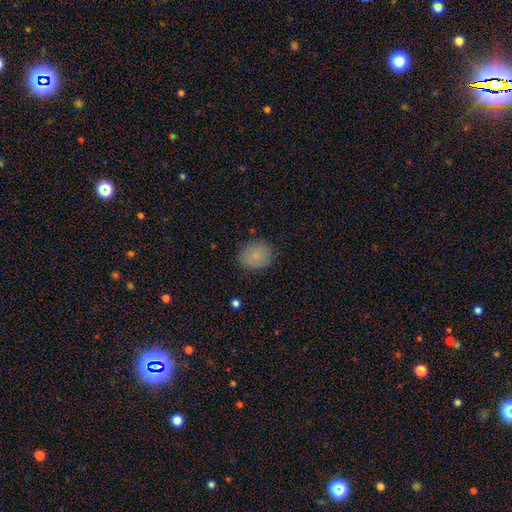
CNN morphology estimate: This appears to be a smooth galaxy with no disk features (82%) that is round (59%). Merging: none (83%).